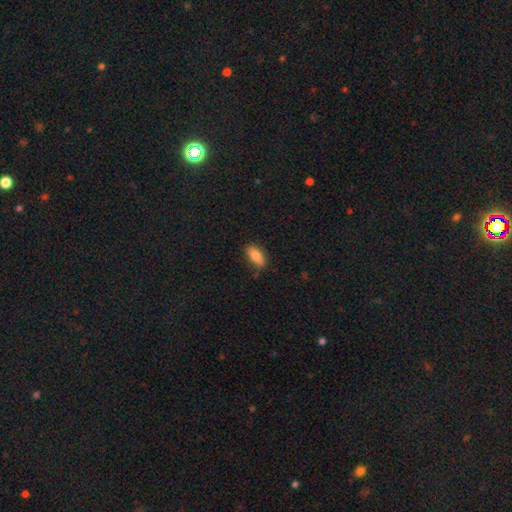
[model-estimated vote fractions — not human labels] Smooth or featured: smooth — 79% (featured or disk — 14%)
How rounded: in between — 85% (cigar-shaped — 12%)
Merging: none — 79% (minor disturbance — 17%)